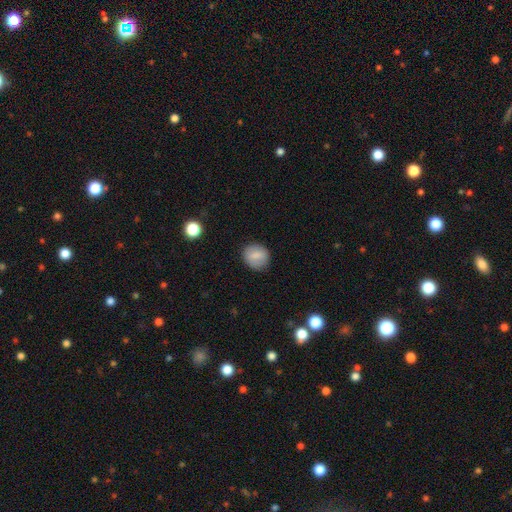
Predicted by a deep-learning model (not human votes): Overall: smooth (78%). How rounded: round (77%). Merging: none (86%).